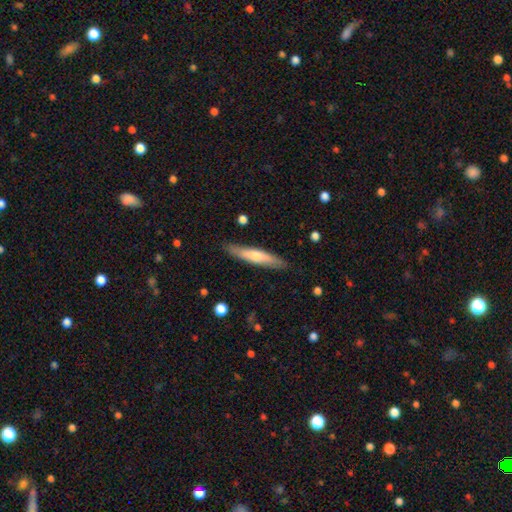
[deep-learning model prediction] This is possibly a smooth galaxy (56%). How rounded: clearly cigar-shaped (88%). Merging: clearly none (87%).